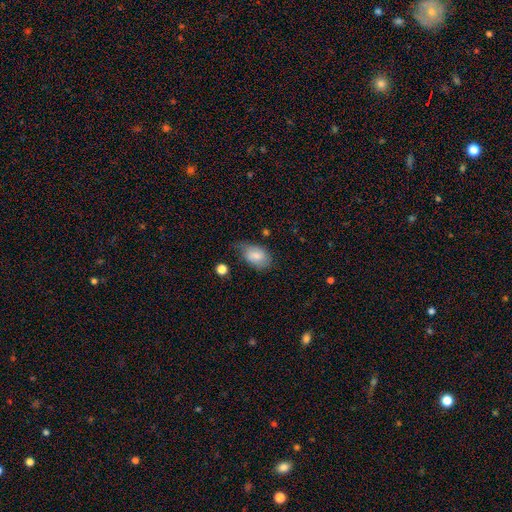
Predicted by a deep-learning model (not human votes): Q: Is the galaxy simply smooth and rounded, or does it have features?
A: smooth — 75%.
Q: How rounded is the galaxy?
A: in between — 88%.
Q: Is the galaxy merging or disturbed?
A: none — 49%.